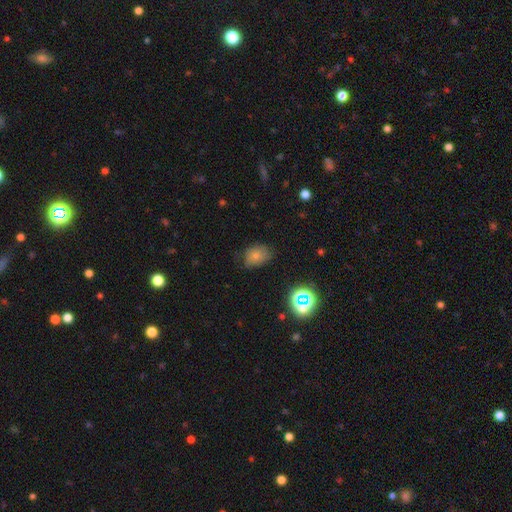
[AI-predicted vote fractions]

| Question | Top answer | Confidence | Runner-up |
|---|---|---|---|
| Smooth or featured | smooth | 68% | star or artifact (16%) |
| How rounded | in between | 66% | round (32%) |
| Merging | none | 56% | minor disturbance (33%) |